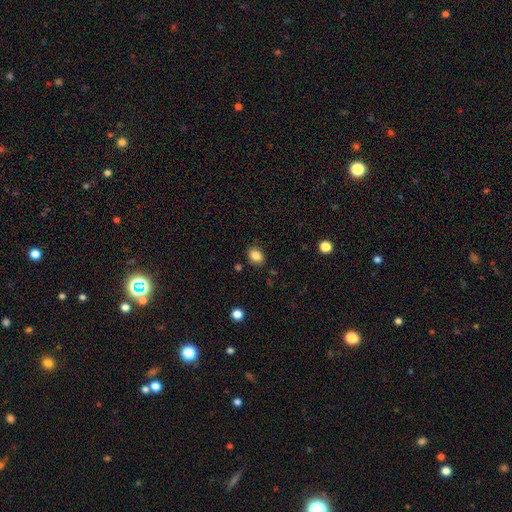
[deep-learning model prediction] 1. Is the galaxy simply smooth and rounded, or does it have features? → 85% smooth, 10% star or artifact, 5% featured or disk.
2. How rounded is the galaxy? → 58% in between, 41% round, 1% cigar-shaped.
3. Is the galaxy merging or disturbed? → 85% none, 10% minor disturbance, 3% major disturbance, 2% merger.